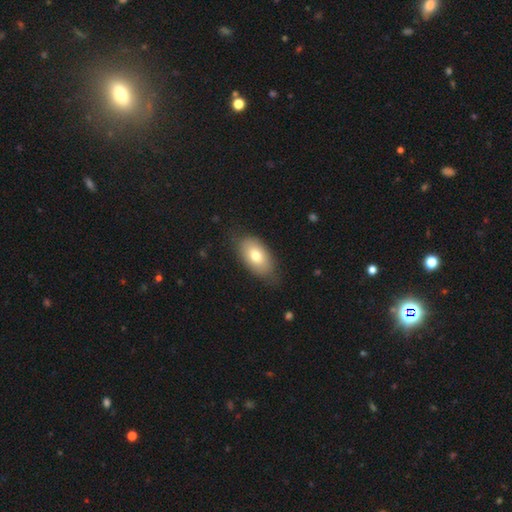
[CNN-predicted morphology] A smooth galaxy with no disk features (75%) that is in between round and cigar-shaped (92%).

Vote fractions:
- Smooth or featured? smooth: 75% / featured or disk: 18% / star or artifact: 7%
- How rounded? in between: 92% / round: 6% / cigar-shaped: 2%
- Merging? none: 77% / minor disturbance: 18% / major disturbance: 4% / merger: 1%